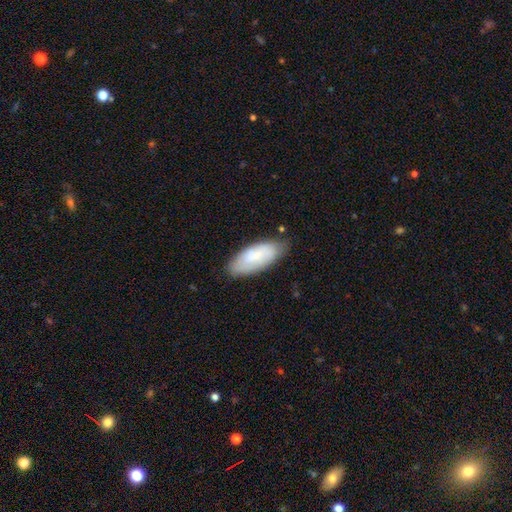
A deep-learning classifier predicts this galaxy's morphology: A smooth galaxy with no disk features (67%) that is in between round and cigar-shaped (83%). Merging: none (79%).